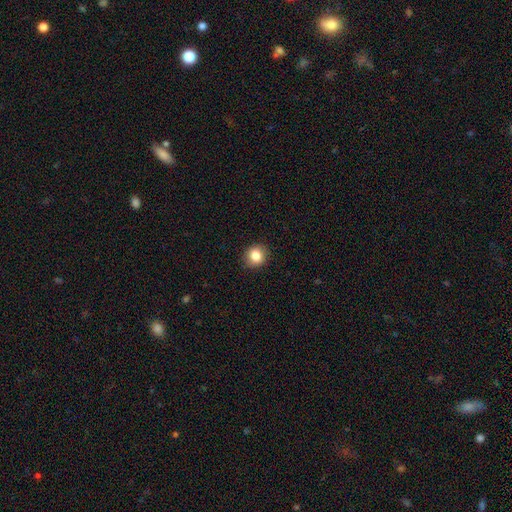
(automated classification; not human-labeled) Smooth or featured? Predicted: smooth (p=0.84). How rounded? Predicted: round (p=0.83). Merging? Predicted: none (p=0.89).